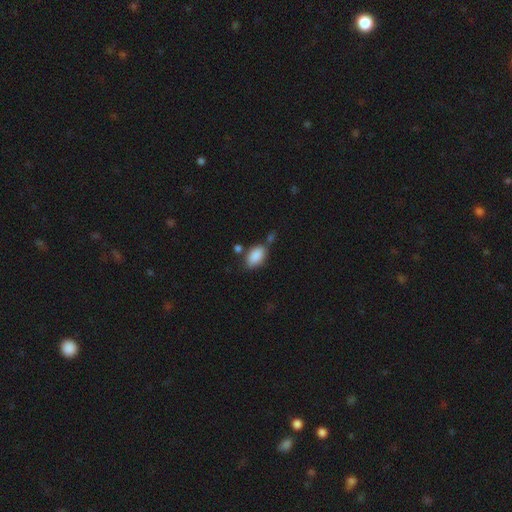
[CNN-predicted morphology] The model was most divided on "merging": none: 65%, minor disturbance: 17%, merger: 13%, major disturbance: 5%. More confident: how rounded — in between (92%); smooth or featured — smooth (88%).